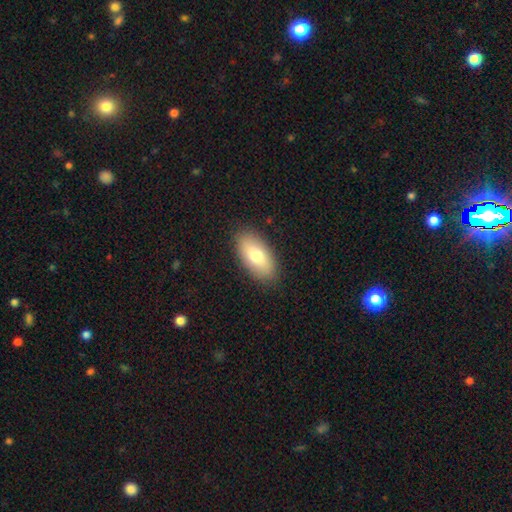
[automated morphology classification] smooth-or-featured: smooth: 75% | featured or disk: 18% | star or artifact: 6%
  how-rounded: in between: 91% | cigar-shaped: 6% | round: 3%
  merging: none: 87% | minor disturbance: 9% | major disturbance: 2% | merger: 1%